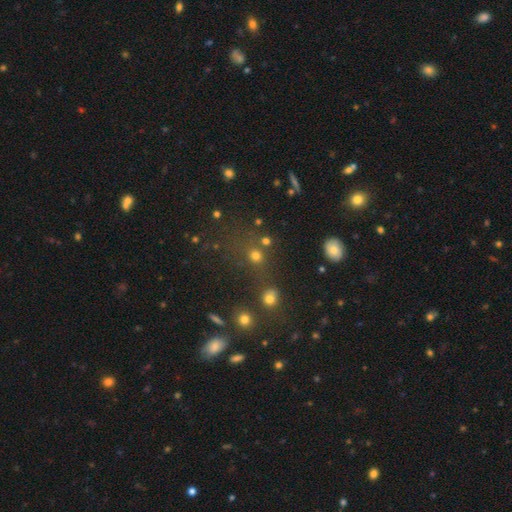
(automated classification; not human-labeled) smooth_or_featured: smooth (p=0.65) [alt: star or artifact p=0.26]
how_rounded: round (p=0.82) [alt: in between p=0.16]
merging: none (p=0.68) [alt: merger p=0.13]